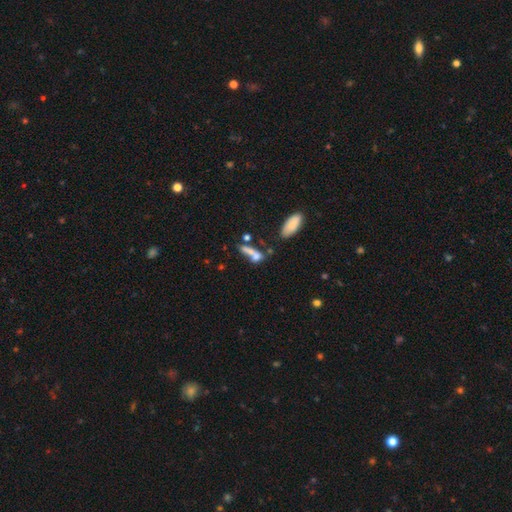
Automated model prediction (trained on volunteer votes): The model was most divided on "how rounded": in between: 47%, cigar-shaped: 44%, round: 9%. Remaining: smooth or featured — smooth (63%); merging — merger (44%).